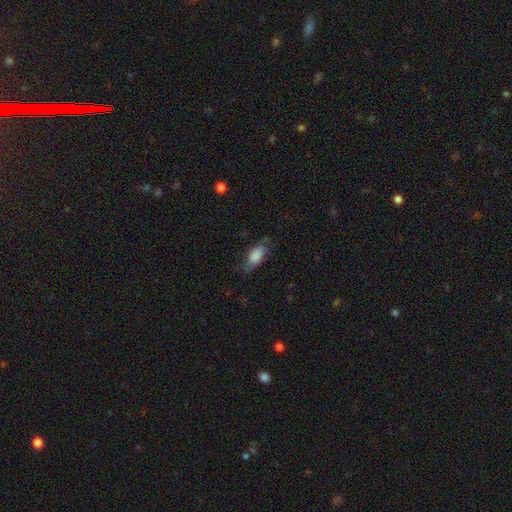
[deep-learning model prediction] smooth-or-featured: smooth: 73% | featured or disk: 20% | star or artifact: 8%
  how-rounded: in between: 88% | cigar-shaped: 7% | round: 5%
  merging: none: 63% | minor disturbance: 25% | major disturbance: 11% | merger: 1%